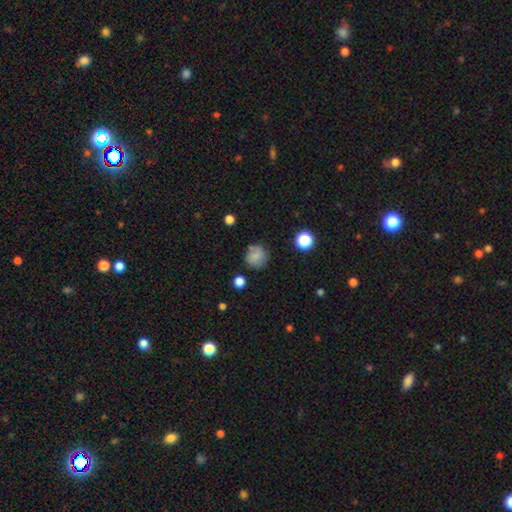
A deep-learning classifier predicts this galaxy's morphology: smooth 79%, star or artifact 12%, featured or disk 10%. Down the decision tree: how rounded — round (86%); merging — none (70%).